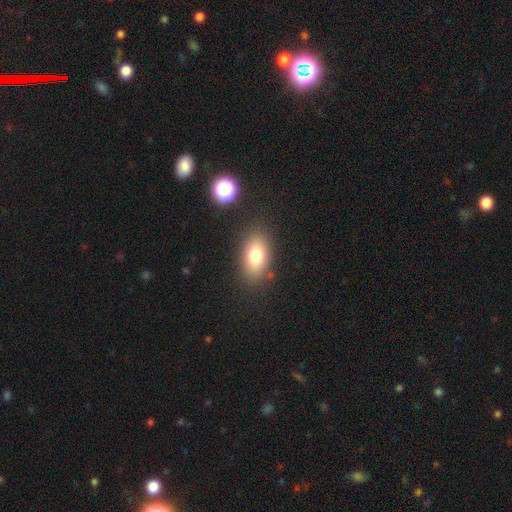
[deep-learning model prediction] Smooth or featured?
  - smooth: 77% *
  - featured or disk: 13%
  - star or artifact: 11%
How rounded?
  - in between: 86% *
  - round: 12%
  - cigar-shaped: 2%
Merging?
  - none: 83% *
  - minor disturbance: 10%
  - major disturbance: 4%
  - merger: 3%